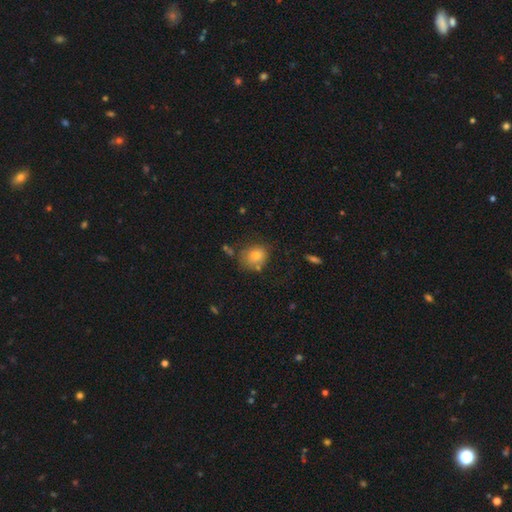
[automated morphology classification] Smooth or featured? Predicted: smooth (p=0.79). How rounded? Predicted: round (p=0.61). Merging? Predicted: none (p=0.63).